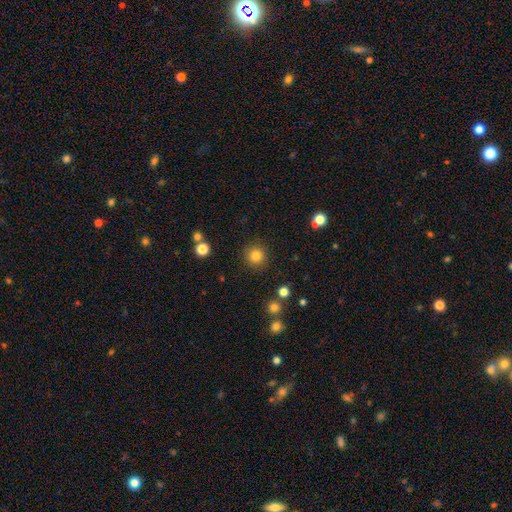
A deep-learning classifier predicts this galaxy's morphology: Smooth or featured: smooth — 83% (star or artifact — 11%)
How rounded: round — 94% (in between — 5%)
Merging: none — 89% (minor disturbance — 6%)